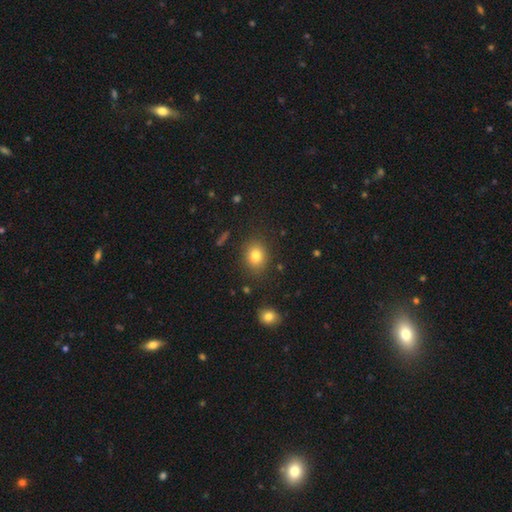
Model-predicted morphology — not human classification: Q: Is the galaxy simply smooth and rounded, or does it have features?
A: smooth — 81%.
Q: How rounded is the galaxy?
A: round — 56%.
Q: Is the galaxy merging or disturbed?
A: none — 85%.